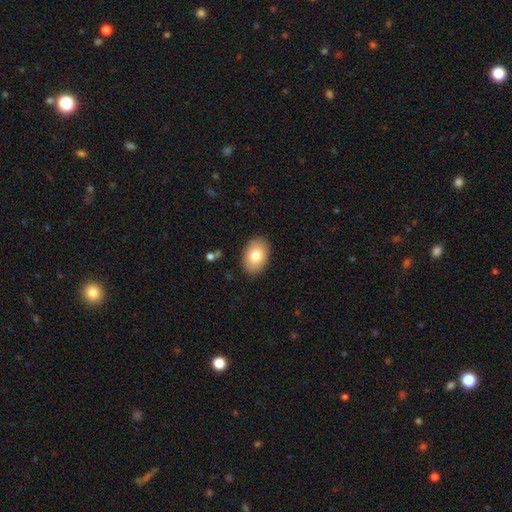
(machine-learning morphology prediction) Q: Smooth or featured?
A: smooth (79%); runner-up: featured or disk (14%)
Q: How rounded?
A: in between (86%); runner-up: round (13%)
Q: Merging?
A: none (89%); runner-up: minor disturbance (8%)